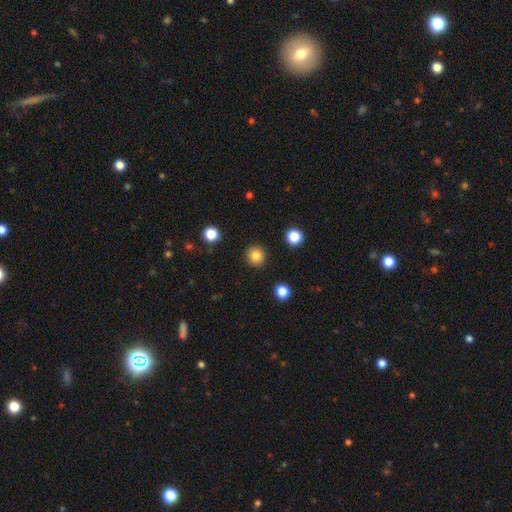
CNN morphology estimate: smooth-or-featured: smooth: 83% | star or artifact: 12% | featured or disk: 5%
  how-rounded: round: 94% | in between: 5% | cigar-shaped: 1%
  merging: none: 91% | minor disturbance: 5% | major disturbance: 2% | merger: 1%